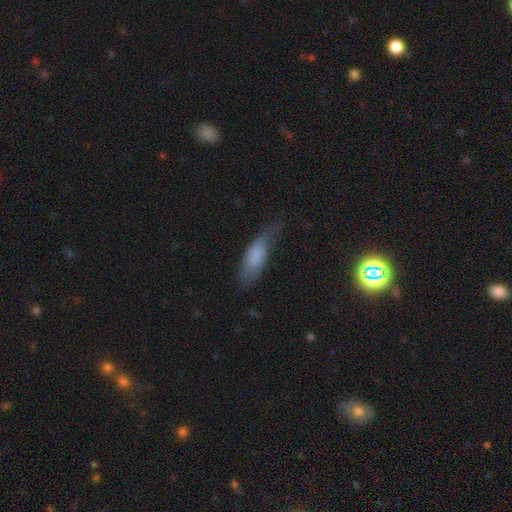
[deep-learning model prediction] Smooth or featured? smooth (73%)
How rounded? in between (63%)
Merging? none (48%)